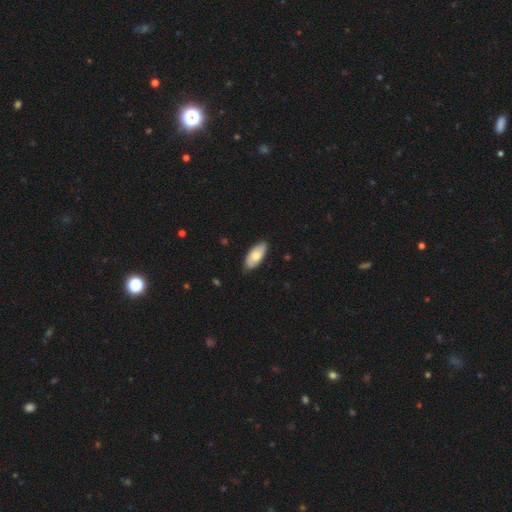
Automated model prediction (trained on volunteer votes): smooth 70%, featured or disk 25%, star or artifact 5%. Down the decision tree: how rounded — in between (91%); merging — none (81%).